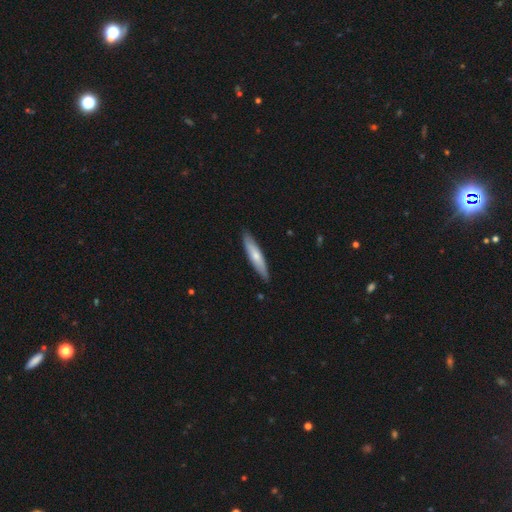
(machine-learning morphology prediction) This appears to be a smooth galaxy with no disk features (61%) that is cigar-shaped (83%). Merging: none (87%).